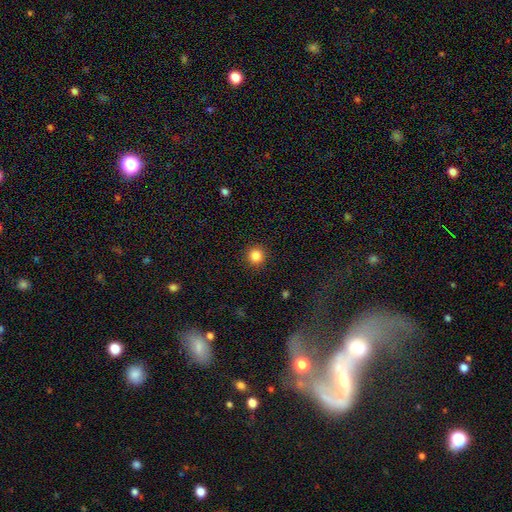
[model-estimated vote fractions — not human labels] smooth_or_featured: smooth (p=0.86) [alt: star or artifact p=0.11]
how_rounded: round (p=0.94) [alt: in between p=0.05]
merging: none (p=0.92) [alt: minor disturbance p=0.05]